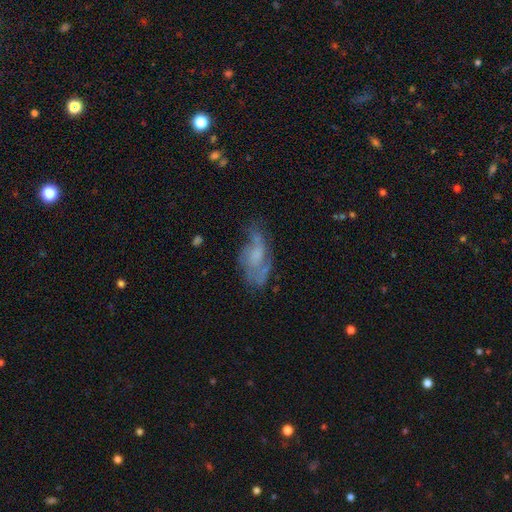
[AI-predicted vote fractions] This appears to be a featured or disk galaxy (60%) with no bar (69%), spiral arms (67%) and no central bulge (40%). Merging: none (49%).